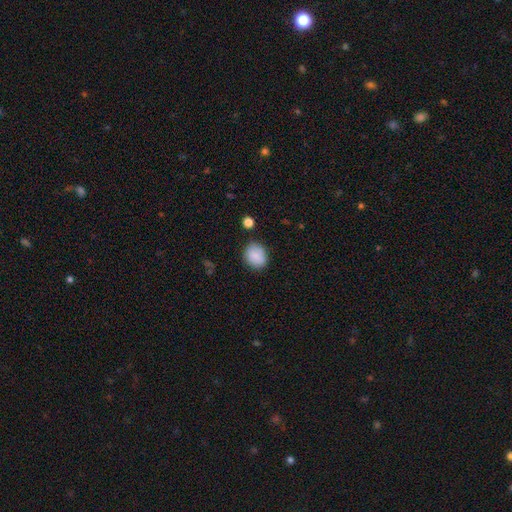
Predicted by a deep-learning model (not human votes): smooth-or-featured: smooth: 88% | star or artifact: 7% | featured or disk: 4%
  how-rounded: round: 63% | in between: 37% | cigar-shaped: 1%
  merging: none: 83% | minor disturbance: 12% | major disturbance: 3% | merger: 2%